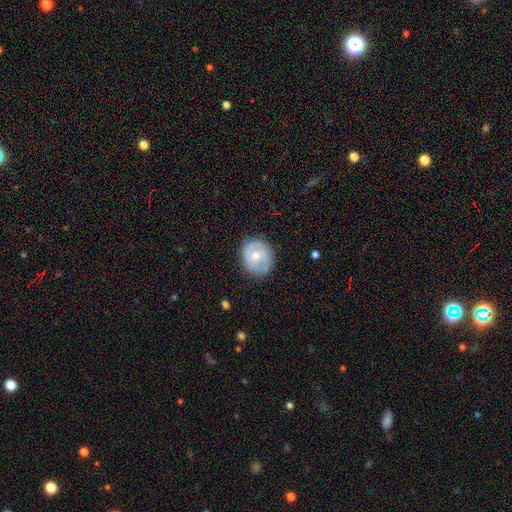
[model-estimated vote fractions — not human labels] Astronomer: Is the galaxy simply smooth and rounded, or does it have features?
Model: featured or disk — 52% (runner-up: smooth, 41%).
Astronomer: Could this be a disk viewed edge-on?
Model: no — 97%.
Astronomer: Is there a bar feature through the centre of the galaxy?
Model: no — 59% (runner-up: weak, 34%).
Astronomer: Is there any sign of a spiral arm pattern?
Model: yes — 64%.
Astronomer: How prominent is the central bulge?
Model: moderate — 58% (runner-up: small, 37%).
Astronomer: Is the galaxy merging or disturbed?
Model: none — 76%.